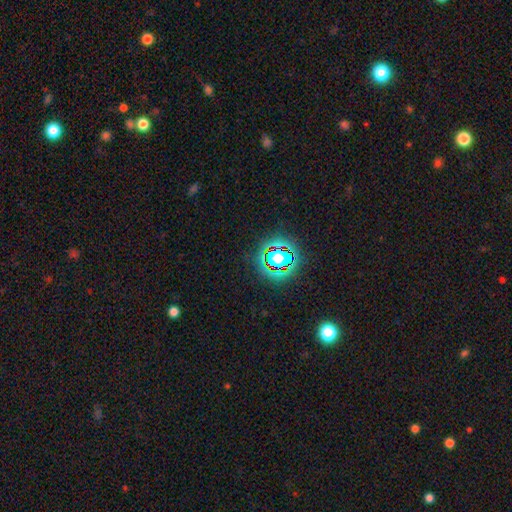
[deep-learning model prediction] A star or artifact, not a galaxy (81%).

Vote fractions:
- Smooth or featured? star or artifact: 81% / smooth: 12% / featured or disk: 7%